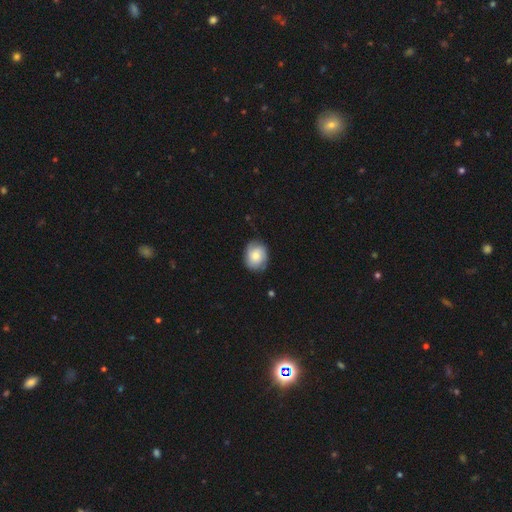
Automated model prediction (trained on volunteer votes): smooth-or-featured: smooth: 62% | featured or disk: 30% | star or artifact: 7%
  how-rounded: round: 59% | in between: 40% | cigar-shaped: 1%
  merging: none: 74% | minor disturbance: 20% | major disturbance: 4% | merger: 1%